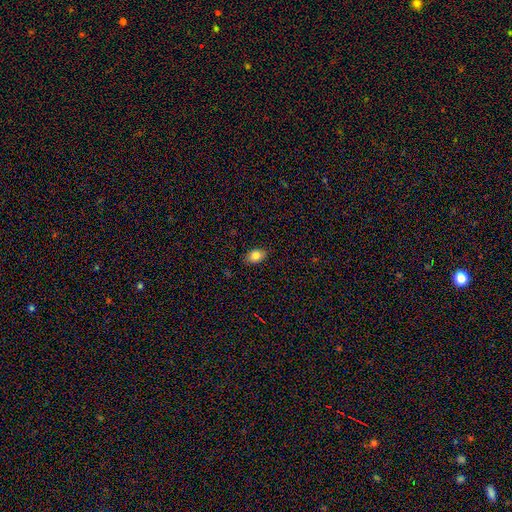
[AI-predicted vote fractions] The model was most divided on "how rounded": in between: 81%, round: 17%, cigar-shaped: 1%. More confident: merging — none (87%); smooth or featured — smooth (84%).